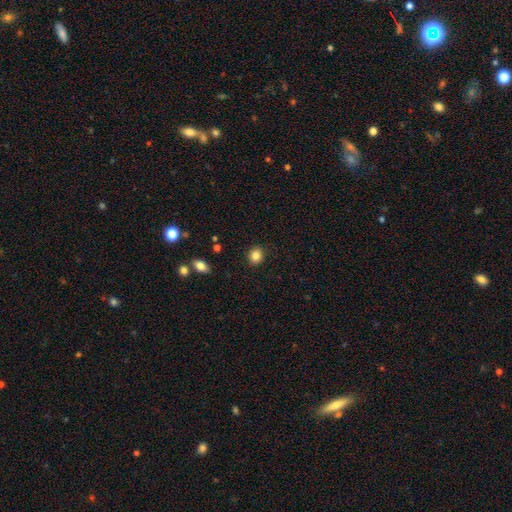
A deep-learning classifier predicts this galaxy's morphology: type=smooth (85%); roundness=round (69%); merging=none (89%).